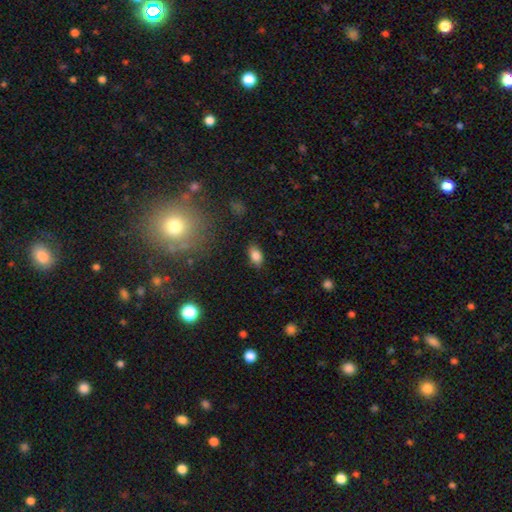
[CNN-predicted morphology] A smooth galaxy with no disk features (83%) that is in between round and cigar-shaped (90%). Merging: none (84%).